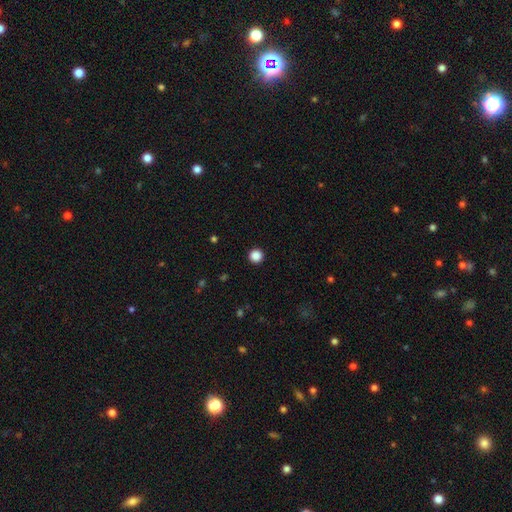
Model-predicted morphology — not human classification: Smooth or featured? Predicted: smooth (p=0.87). How rounded? Predicted: round (p=0.96). Merging? Predicted: none (p=0.93).